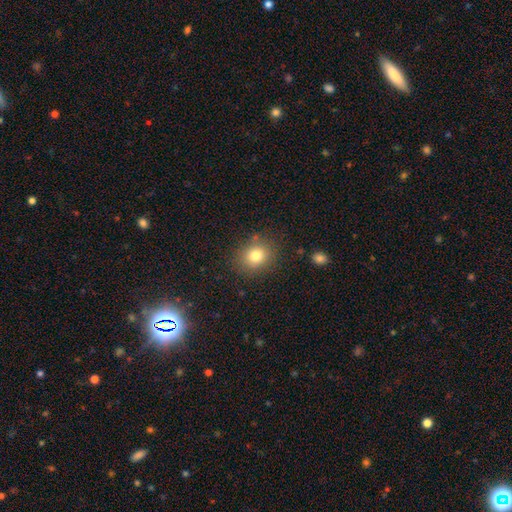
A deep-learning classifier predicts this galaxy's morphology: This appears to be a smooth galaxy with no disk features (79%) that is round (71%). Merging: none (83%).